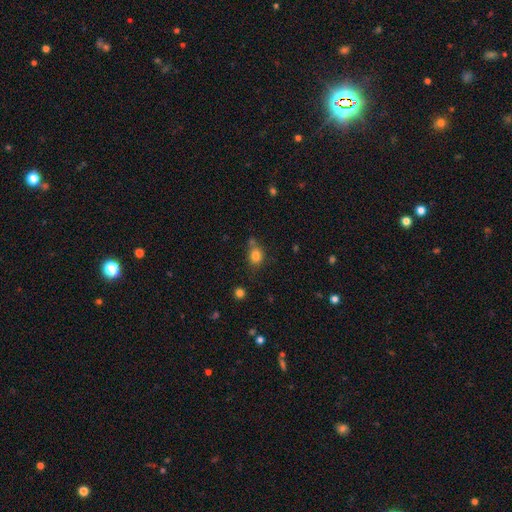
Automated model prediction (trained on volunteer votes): This is clearly a smooth galaxy (81%). How rounded: likely round (68%). Merging: likely none (61%).